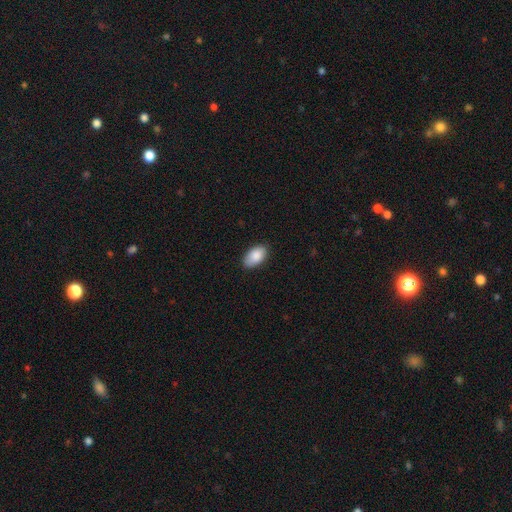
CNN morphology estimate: A smooth galaxy with no disk features (88%) that is in between round and cigar-shaped (94%).

Vote fractions:
- Smooth or featured? smooth: 88% / star or artifact: 6% / featured or disk: 6%
- How rounded? in between: 94% / round: 4% / cigar-shaped: 2%
- Merging? none: 84% / minor disturbance: 13% / major disturbance: 2% / merger: 1%